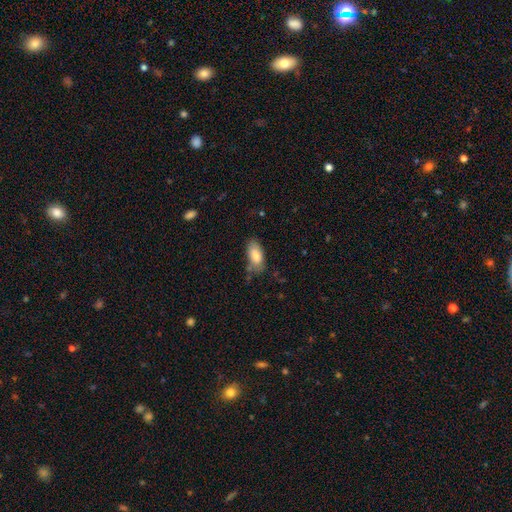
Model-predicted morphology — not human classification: smooth 83%, featured or disk 11%, star or artifact 7%. Down the decision tree: how rounded — in between (91%); merging — none (60%).